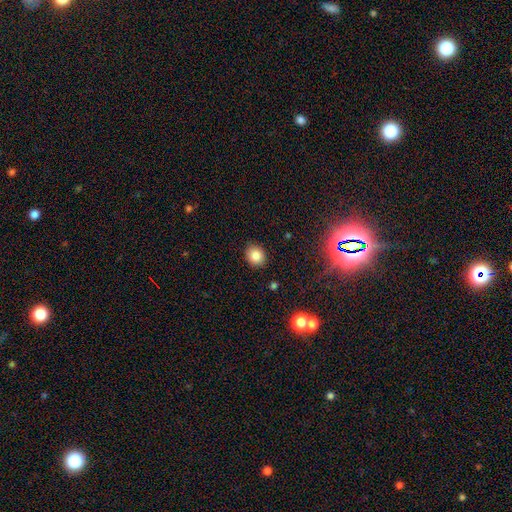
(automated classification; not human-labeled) Morphology: type=smooth (84%); roundness=round (71%); merging=none (88%).